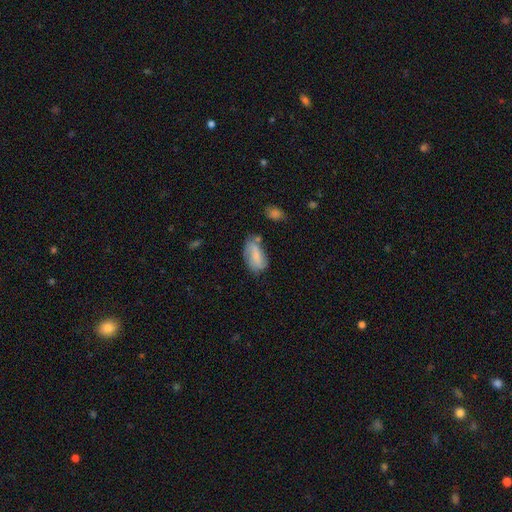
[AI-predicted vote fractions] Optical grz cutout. It shows a smooth galaxy with no disk features (66%) that is in between round and cigar-shaped (92%). Merging: none (49%).